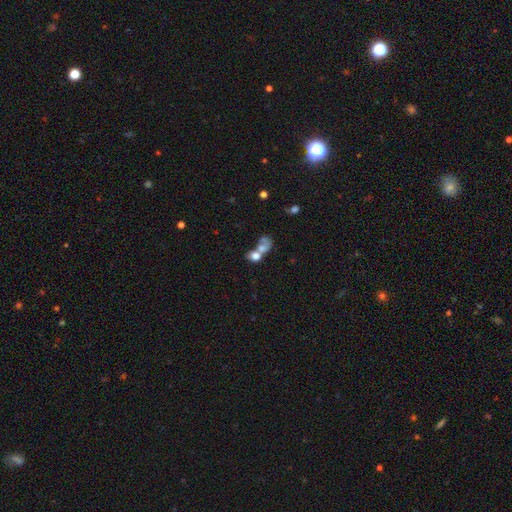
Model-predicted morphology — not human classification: The model was most divided on "how rounded": in between: 53%, round: 44%, cigar-shaped: 2%. More confident: merging — merger (69%); smooth or featured — smooth (67%).